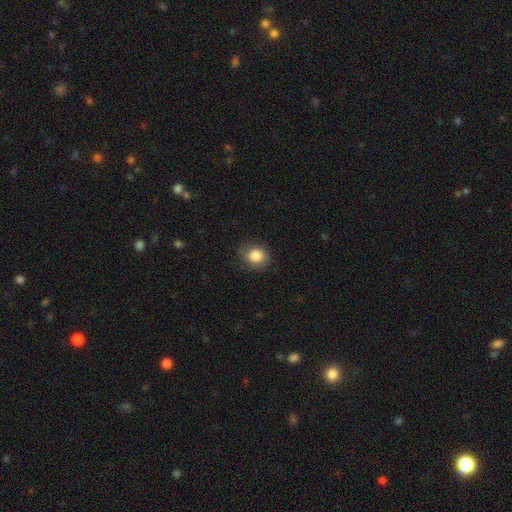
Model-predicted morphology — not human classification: smooth_or_featured: smooth (p=0.85) [alt: star or artifact p=0.08]
how_rounded: round (p=0.64) [alt: in between p=0.35]
merging: none (p=0.76) [alt: minor disturbance p=0.18]